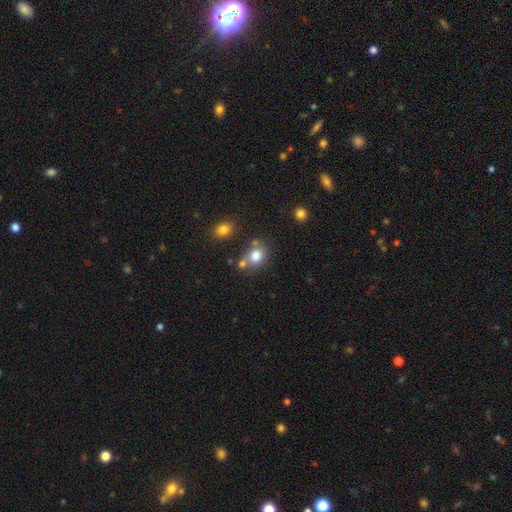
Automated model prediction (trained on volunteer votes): A smooth galaxy with no disk features (79%) that is round (60%).

Vote fractions:
- Smooth or featured? smooth: 79% / star or artifact: 11% / featured or disk: 9%
- How rounded? round: 60% / in between: 39% / cigar-shaped: 1%
- Merging? none: 53% / merger: 26% / minor disturbance: 15% / major disturbance: 6%